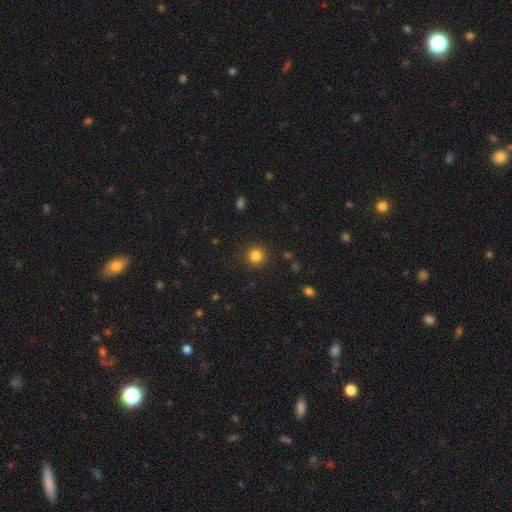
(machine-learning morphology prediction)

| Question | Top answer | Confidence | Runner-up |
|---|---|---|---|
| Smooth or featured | smooth | 83% | star or artifact (13%) |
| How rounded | round | 94% | in between (5%) |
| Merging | none | 91% | minor disturbance (6%) |